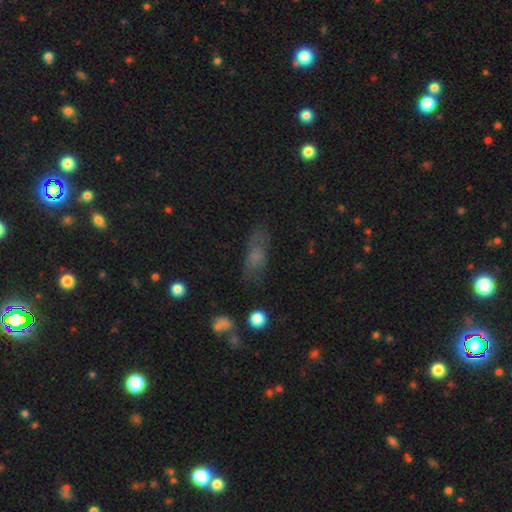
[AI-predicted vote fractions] This appears to be a smooth galaxy with no disk features (62%) that is in between round and cigar-shaped (64%). Merging: none (68%).